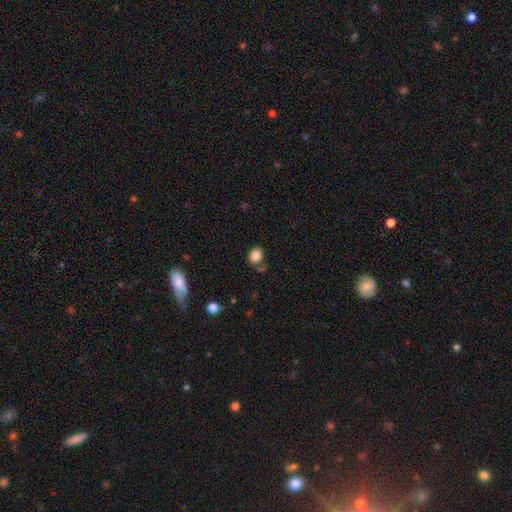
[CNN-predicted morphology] smooth 85%, star or artifact 10%, featured or disk 6%. Down the decision tree: how rounded — in between (55%); merging — none (74%).